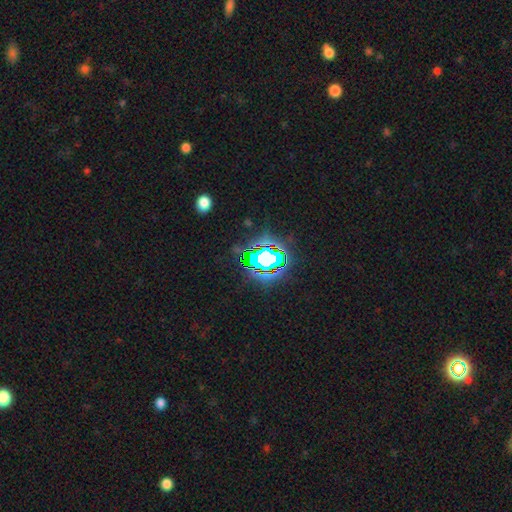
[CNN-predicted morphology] Smooth or featured: star or artifact — 82% (smooth — 11%)